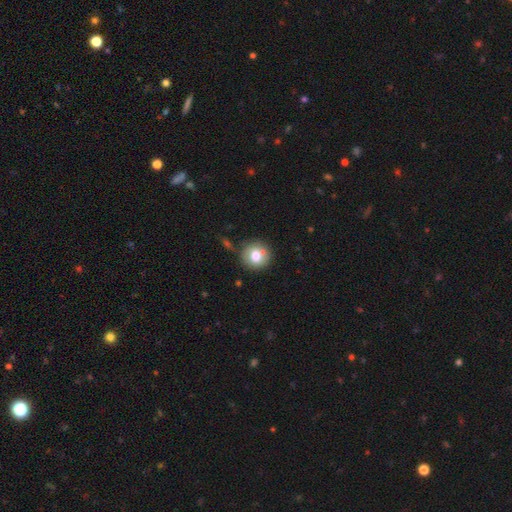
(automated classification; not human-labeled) This appears to be a smooth galaxy with no disk features (73%) that is round (91%). Merging: none (76%).